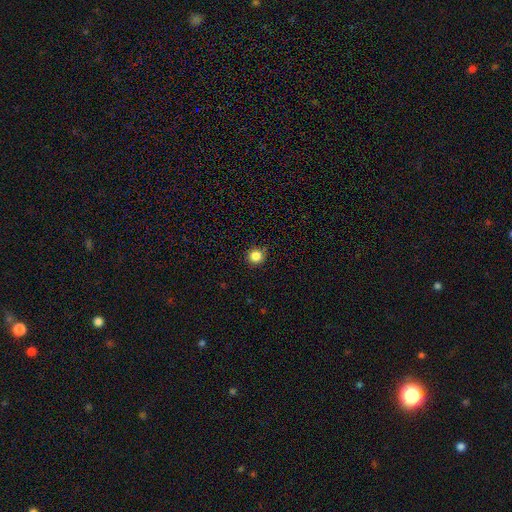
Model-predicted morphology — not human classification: This is clearly a smooth galaxy (84%). How rounded: clearly round (94%). Merging: clearly none (90%).